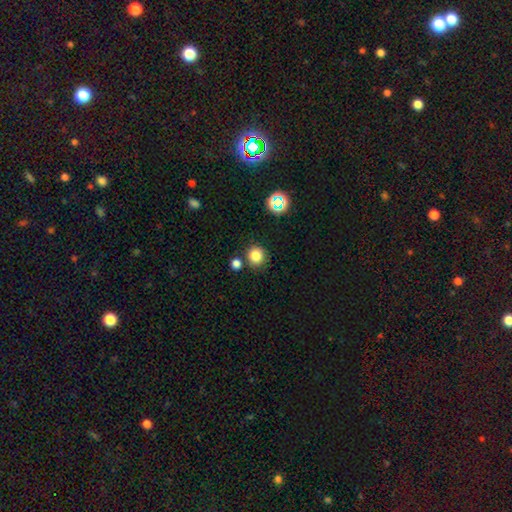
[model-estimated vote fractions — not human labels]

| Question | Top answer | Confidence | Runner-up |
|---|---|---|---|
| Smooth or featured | smooth | 80% | star or artifact (14%) |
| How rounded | round | 88% | in between (11%) |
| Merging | none | 78% | merger (10%) |